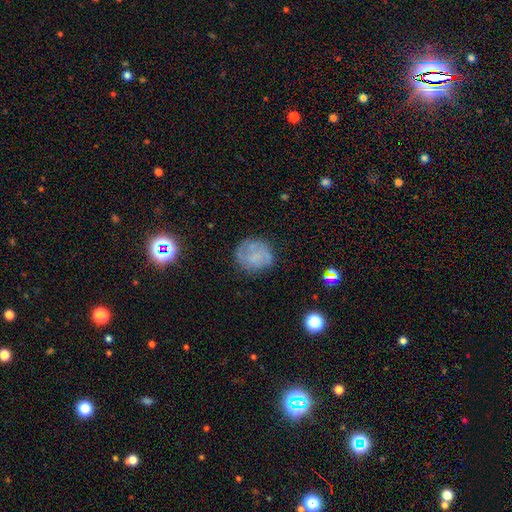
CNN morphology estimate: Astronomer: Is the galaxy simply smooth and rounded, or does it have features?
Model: featured or disk — 46% (runner-up: smooth, 42%).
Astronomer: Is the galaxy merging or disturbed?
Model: none — 69%.